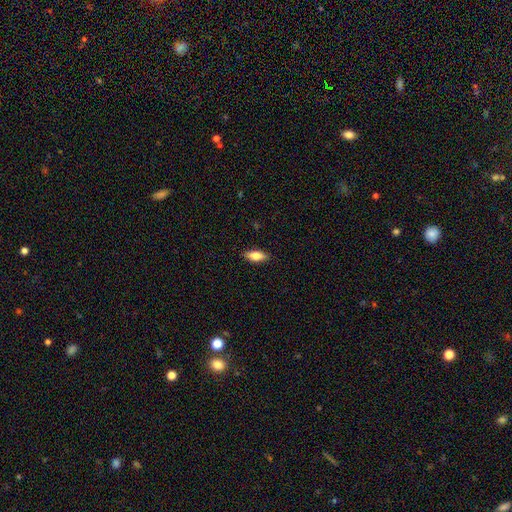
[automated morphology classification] smooth-or-featured: smooth: 72% | featured or disk: 22% | star or artifact: 7%
  how-rounded: in between: 74% | cigar-shaped: 23% | round: 3%
  merging: none: 88% | minor disturbance: 9% | major disturbance: 2% | merger: 1%